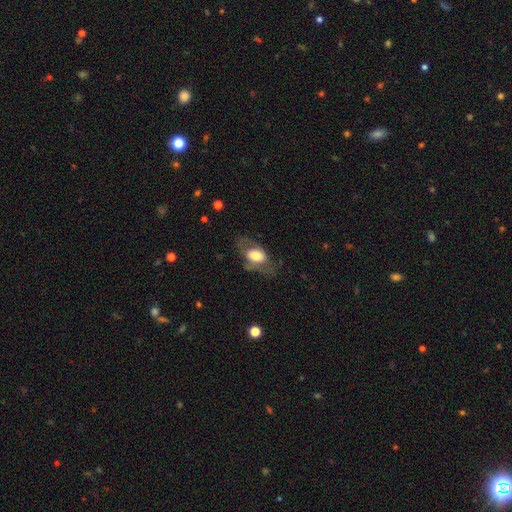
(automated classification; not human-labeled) A smooth galaxy with no disk features (50%) that is in between round and cigar-shaped (84%). Merging: none (59%).